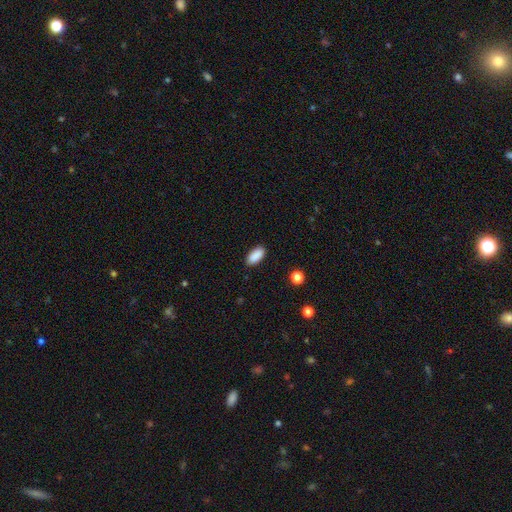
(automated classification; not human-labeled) Smooth or featured?
  - smooth: 89% *
  - star or artifact: 7%
  - featured or disk: 4%
How rounded?
  - in between: 89% *
  - cigar-shaped: 8%
  - round: 2%
Merging?
  - none: 87% *
  - minor disturbance: 9%
  - major disturbance: 2%
  - merger: 1%